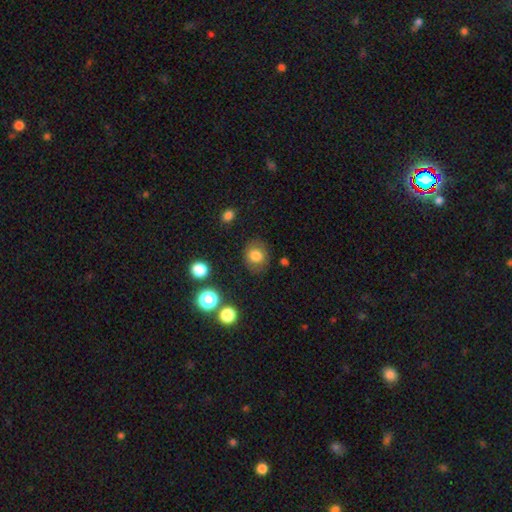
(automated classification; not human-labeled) This is likely a smooth galaxy (79%). How rounded: likely round (72%). Merging: clearly none (82%).